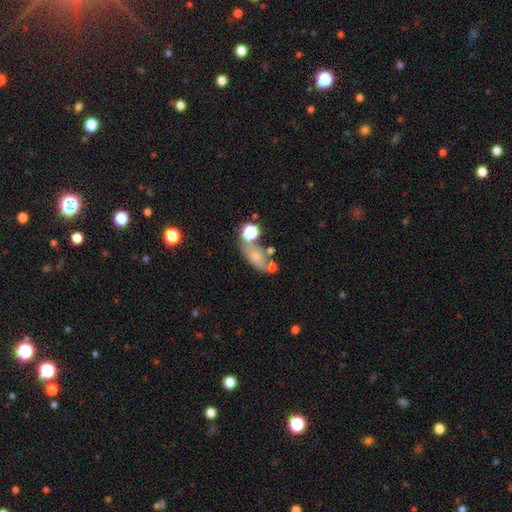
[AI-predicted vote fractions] Overall: smooth (63%). How rounded: in between (74%). Merging: none (47%; merger 25%).